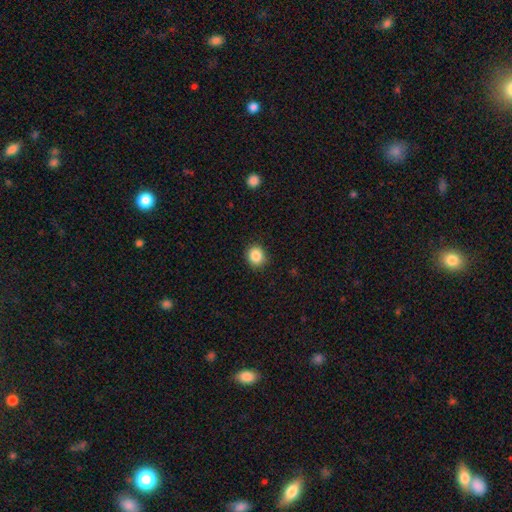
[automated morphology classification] smooth 87%, star or artifact 9%, featured or disk 4%. Down the decision tree: how rounded — round (80%); merging — none (90%).